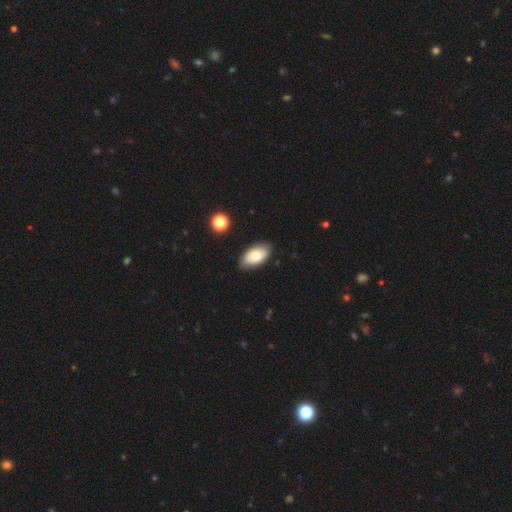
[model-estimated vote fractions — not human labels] Smooth or featured: smooth — 72% (featured or disk — 21%)
How rounded: in between — 94% (round — 4%)
Merging: none — 83% (minor disturbance — 13%)